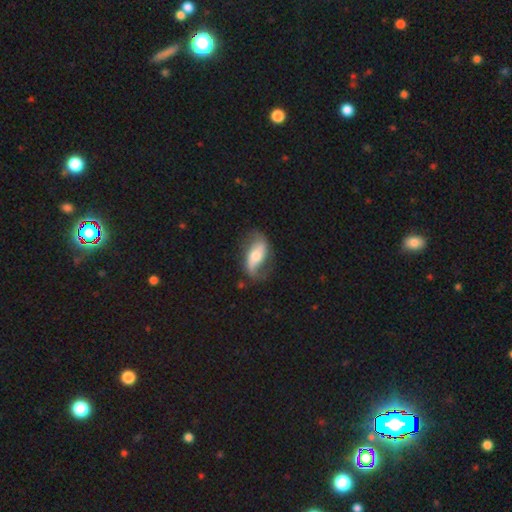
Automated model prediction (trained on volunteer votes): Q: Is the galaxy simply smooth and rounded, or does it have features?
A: featured or disk — 65%.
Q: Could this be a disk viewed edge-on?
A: no — 90%.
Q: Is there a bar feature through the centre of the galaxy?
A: no — 38%.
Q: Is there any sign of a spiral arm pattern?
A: yes — 85%.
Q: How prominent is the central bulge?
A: moderate — 59%.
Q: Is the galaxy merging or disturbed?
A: none — 65%.